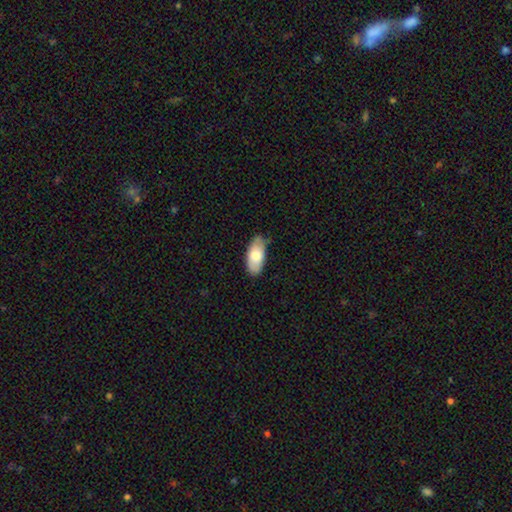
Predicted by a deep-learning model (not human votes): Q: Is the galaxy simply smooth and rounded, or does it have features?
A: smooth — 78%.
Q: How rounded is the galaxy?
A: in between — 91%.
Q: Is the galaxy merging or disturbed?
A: none — 73%.